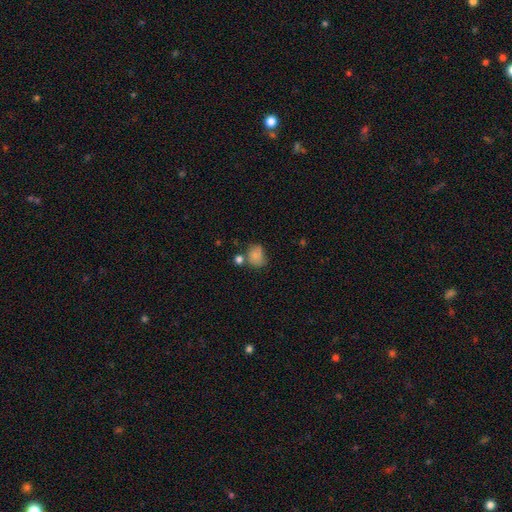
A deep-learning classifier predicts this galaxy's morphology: A smooth galaxy with no disk features (76%) that is round (56%). Merging: none (41%).